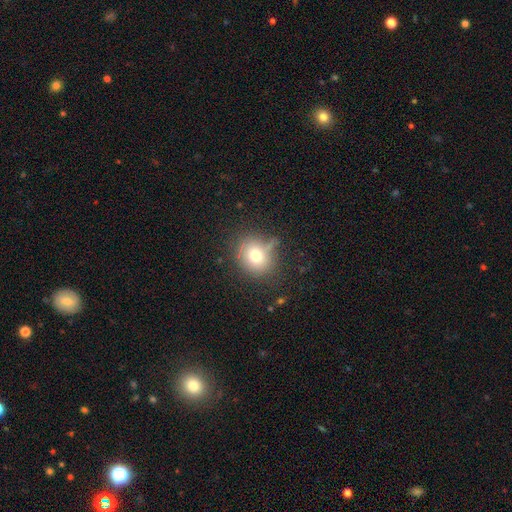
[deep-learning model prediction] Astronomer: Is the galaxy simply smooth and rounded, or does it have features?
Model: smooth — 73%.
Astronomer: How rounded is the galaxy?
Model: round — 68%.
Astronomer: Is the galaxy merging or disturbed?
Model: none — 65%.